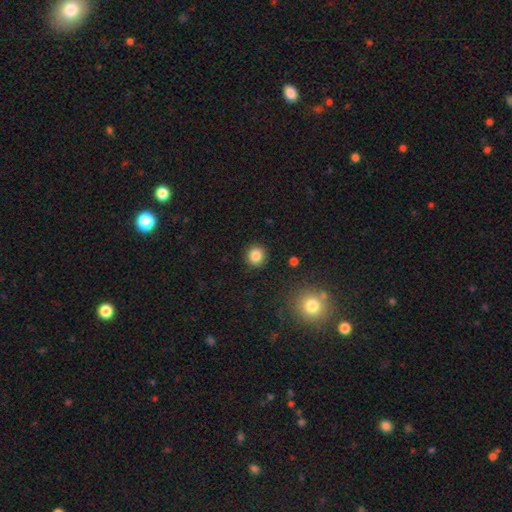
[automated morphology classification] Q: Smooth or featured?
A: smooth (84%); runner-up: star or artifact (11%)
Q: How rounded?
A: round (90%); runner-up: in between (9%)
Q: Merging?
A: none (91%); runner-up: minor disturbance (5%)